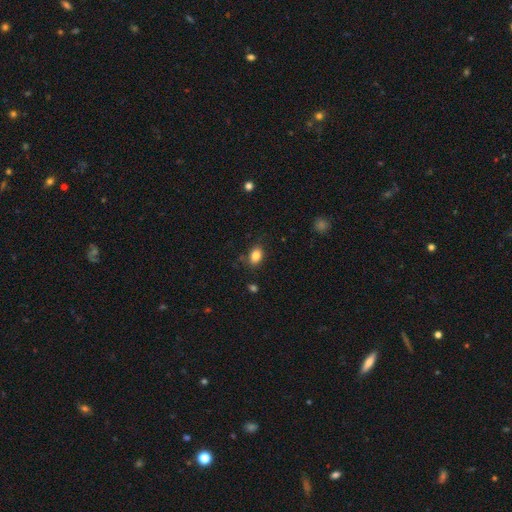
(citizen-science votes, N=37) Volunteers were most divided on "how rounded": in between: 81%, round: 19%, cigar-shaped: 0%. More confident: smooth or featured — smooth (84%); merging — none (80%).